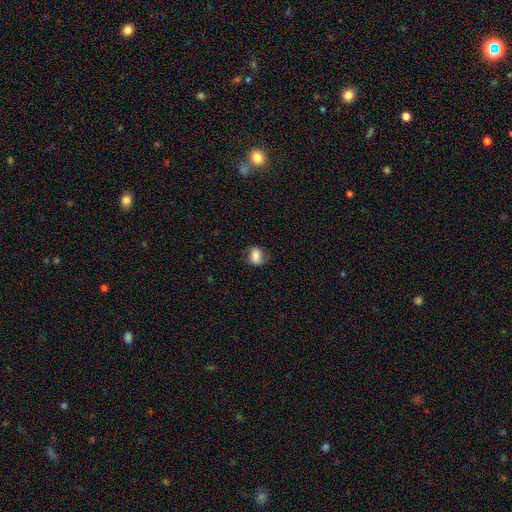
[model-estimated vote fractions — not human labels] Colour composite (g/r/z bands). It shows a smooth galaxy with no disk features (75%) that is in between round and cigar-shaped (61%). Merging: none (66%).